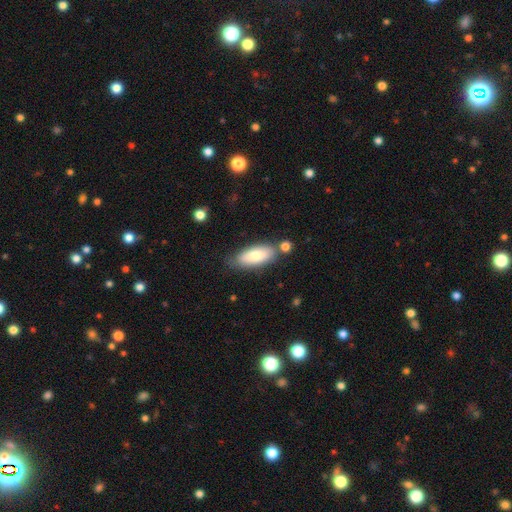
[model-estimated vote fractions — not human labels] Morphology: type=smooth (72%); roundness=in between (80%); merging=none (72%).